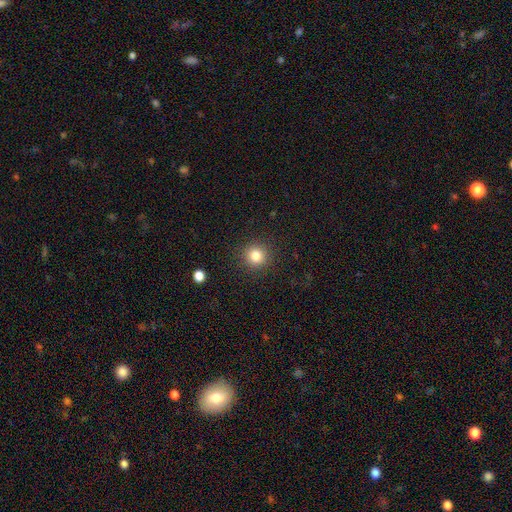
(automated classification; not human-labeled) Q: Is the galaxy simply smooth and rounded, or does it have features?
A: smooth — 81%.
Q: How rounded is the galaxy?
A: round — 93%.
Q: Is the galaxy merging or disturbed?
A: none — 91%.